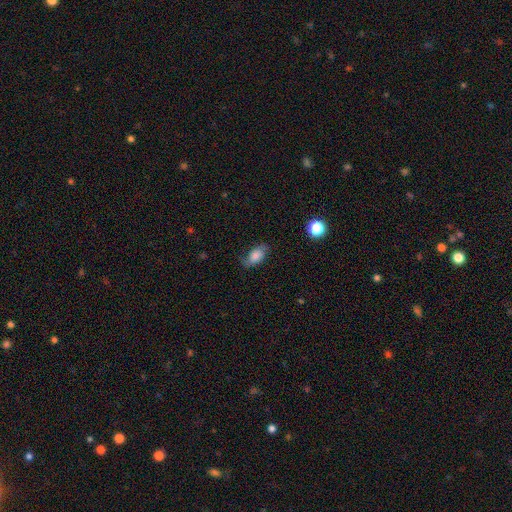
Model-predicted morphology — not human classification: The model was most divided on "smooth or featured": smooth: 64%, featured or disk: 26%, star or artifact: 10%. More confident: how rounded — in between (89%); merging — none (65%).